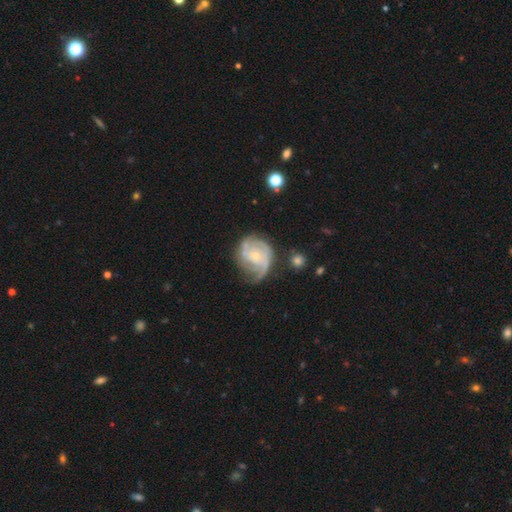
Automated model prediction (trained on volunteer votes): smooth_or_featured: featured or disk (p=0.82) [alt: smooth p=0.12]
disk_edge_on: no (p=0.98) [alt: yes p=0.02]
bar: no (p=0.71) [alt: weak p=0.24]
has_spiral_arms: yes (p=0.92) [alt: no p=0.08]
spiral_winding: tight (p=0.50) [alt: medium p=0.35]
spiral_arm_count: 2 (p=0.31) [alt: can't tell p=0.27]
bulge_size: small (p=0.69) [alt: moderate p=0.28]
merging: none (p=0.49) [alt: minor disturbance p=0.27]